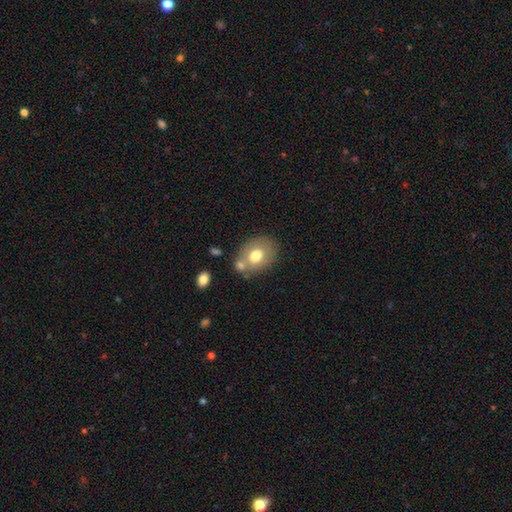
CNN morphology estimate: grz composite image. It shows a smooth galaxy with no disk features (69%) that is in between round and cigar-shaped (58%). Merging: none (59%).